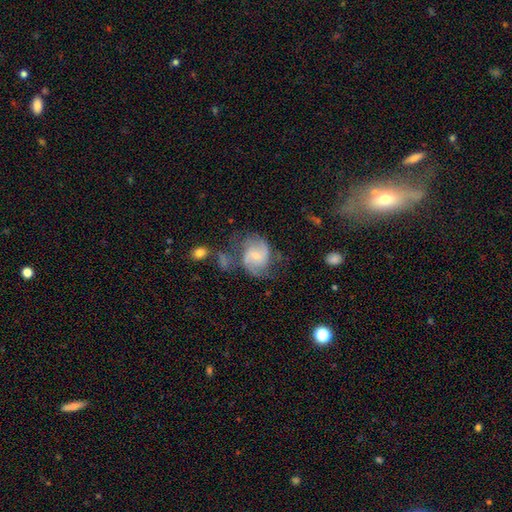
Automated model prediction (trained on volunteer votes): A featured or disk galaxy (71%) with a weak bar (53%), 2 (83%) medium (49%) spiral arms (91%) and a small central bulge (53%). Merging: none (46%).